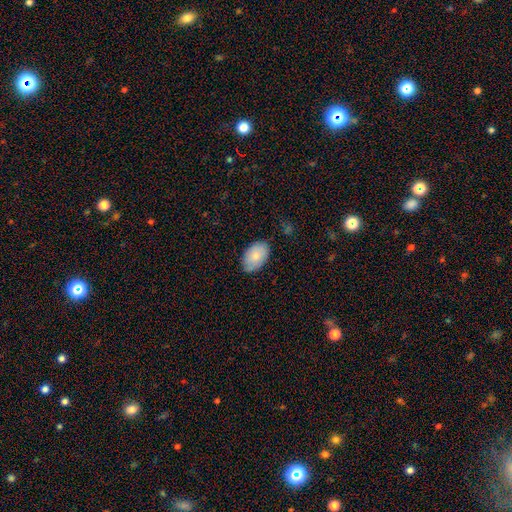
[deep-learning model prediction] A smooth galaxy with no disk features (80%) that is in between round and cigar-shaped (92%). Merging: none (79%).